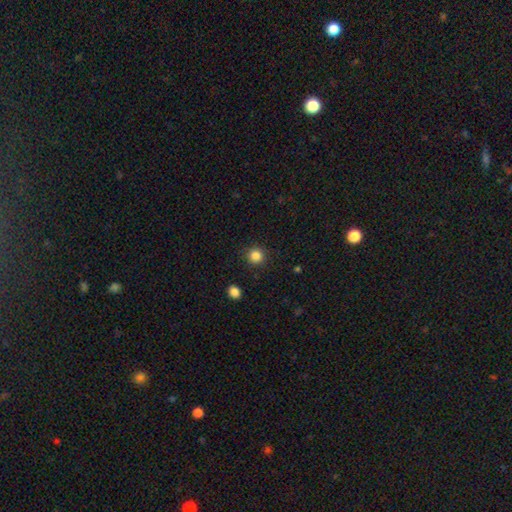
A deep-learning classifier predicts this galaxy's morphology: The model was most divided on "smooth or featured": smooth: 85%, star or artifact: 11%, featured or disk: 4%. More confident: how rounded — round (93%); merging — none (90%).